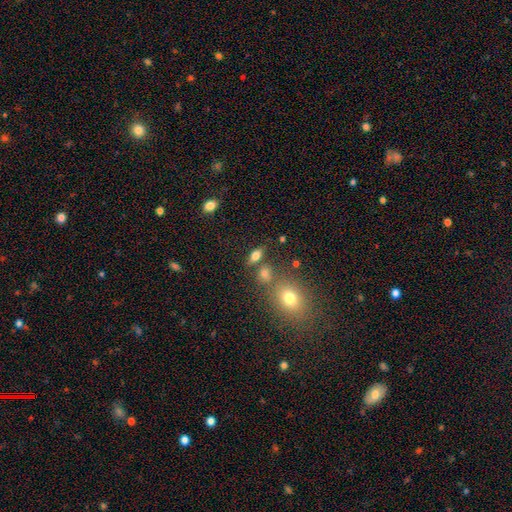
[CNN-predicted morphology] This appears to be a smooth galaxy with no disk features (71%) that is in between round and cigar-shaped (74%). Merging: none (69%).